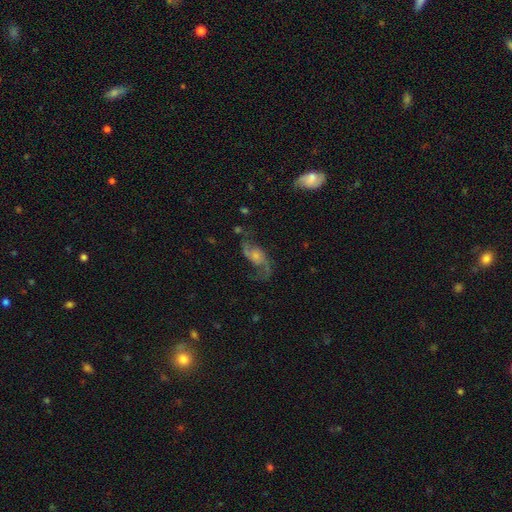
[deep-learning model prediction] Smooth or featured: featured or disk — 79% (smooth — 12%)
Edge-on disk: no — 95% (yes — 5%)
Bar: no — 65% (weak — 28%)
Spiral arms: yes — 93% (no — 7%)
Spiral winding: loose — 67% (medium — 27%)
Spiral arm count: 2 — 90% (1 — 4%)
Bulge size: small — 47% (moderate — 36%)
Merging: none — 63% (minor disturbance — 18%)